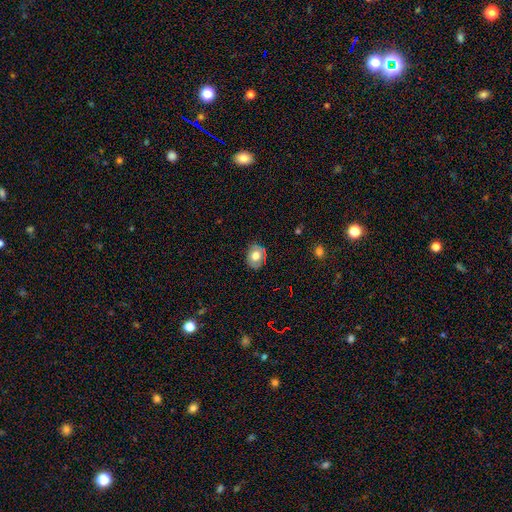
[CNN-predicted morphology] Q: Smooth or featured?
A: smooth (66%); runner-up: featured or disk (24%)
Q: How rounded?
A: round (51%); runner-up: in between (48%)
Q: Merging?
A: none (82%); runner-up: minor disturbance (14%)